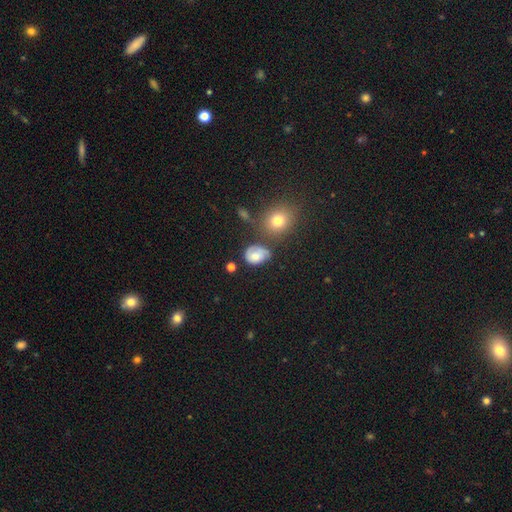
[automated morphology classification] A smooth galaxy with no disk features (54%) that is in between round and cigar-shaped (63%).

Vote fractions:
- Smooth or featured? smooth: 54% / featured or disk: 36% / star or artifact: 10%
- How rounded? in between: 63% / round: 36% / cigar-shaped: 1%
- Merging? none: 48% / minor disturbance: 29% / major disturbance: 14% / merger: 9%